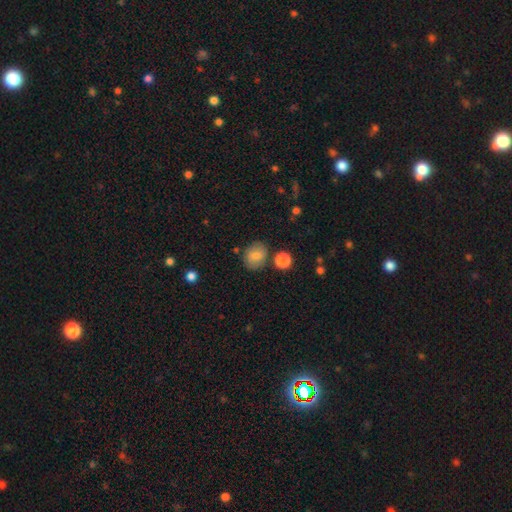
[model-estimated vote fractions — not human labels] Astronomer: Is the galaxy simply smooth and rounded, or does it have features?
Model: smooth — 77%.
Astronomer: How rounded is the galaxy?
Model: round — 62%.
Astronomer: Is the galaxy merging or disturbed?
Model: none — 78%.